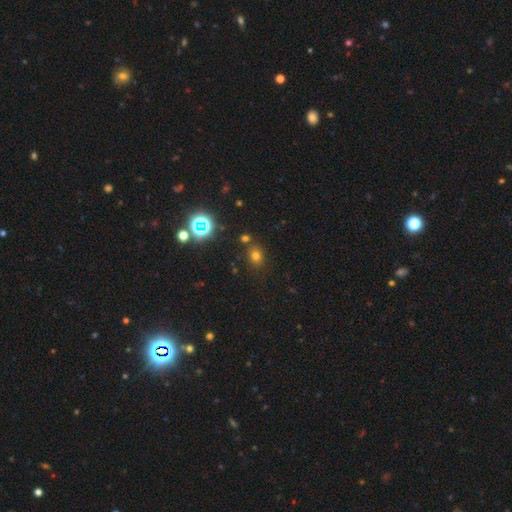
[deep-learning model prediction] smooth 67%, star or artifact 25%, featured or disk 8%. Down the decision tree: how rounded — round (60%); merging — none (78%).